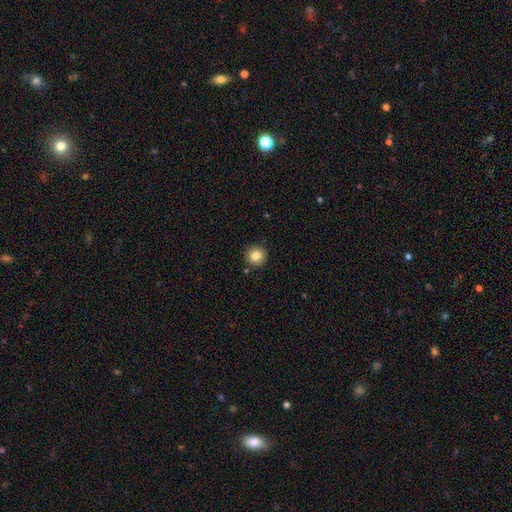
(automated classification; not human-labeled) This appears to be a smooth galaxy with no disk features (83%) that is round (95%). Merging: none (89%).